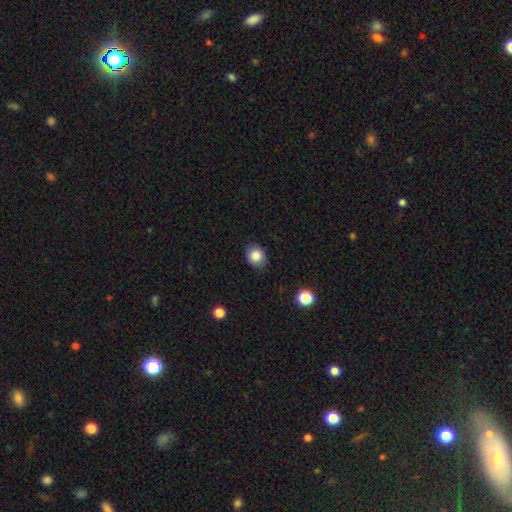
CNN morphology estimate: Smooth or featured?
  - smooth: 85% *
  - star or artifact: 10%
  - featured or disk: 5%
How rounded?
  - round: 63% *
  - in between: 36%
  - cigar-shaped: 1%
Merging?
  - none: 83% *
  - minor disturbance: 13%
  - major disturbance: 3%
  - merger: 1%